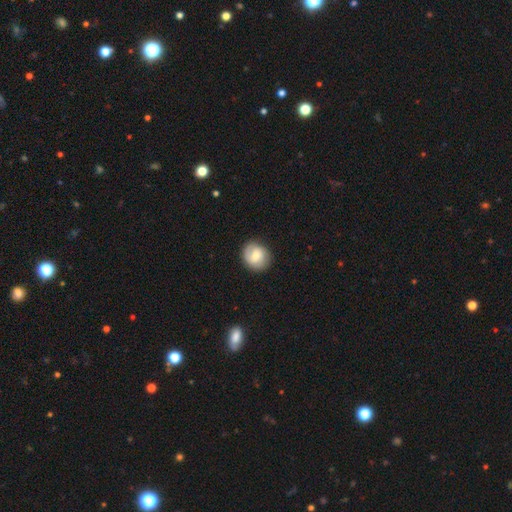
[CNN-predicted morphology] Q: Smooth or featured?
A: smooth (57%); runner-up: featured or disk (36%)
Q: How rounded?
A: round (79%); runner-up: in between (20%)
Q: Merging?
A: none (84%); runner-up: minor disturbance (11%)